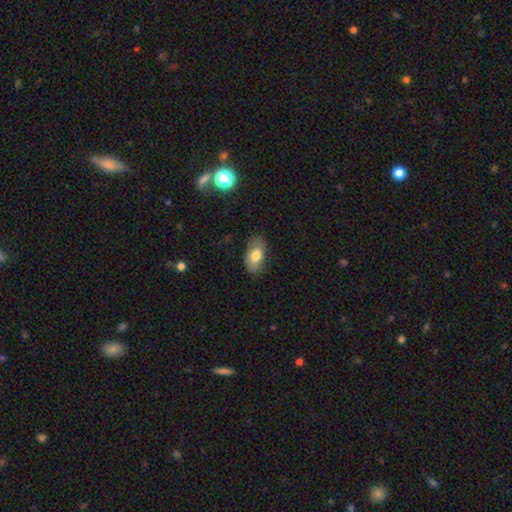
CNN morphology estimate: Smooth or featured: smooth — 75% (featured or disk — 17%)
How rounded: in between — 92% (round — 5%)
Merging: none — 79% (minor disturbance — 16%)